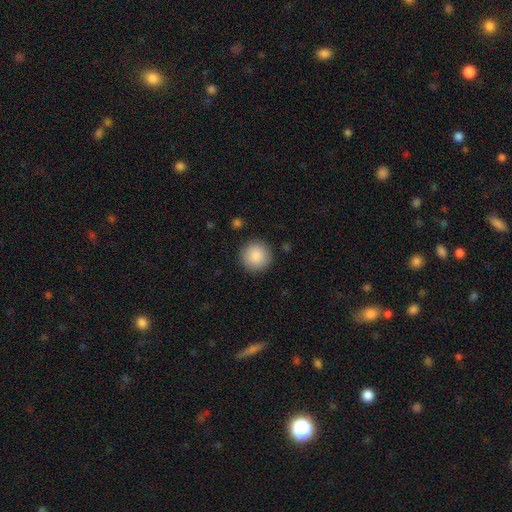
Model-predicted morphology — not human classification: A smooth galaxy with no disk features (88%) that is round (96%).

Vote fractions:
- Smooth or featured? smooth: 88% / star or artifact: 7% / featured or disk: 4%
- How rounded? round: 96% / in between: 3% / cigar-shaped: 1%
- Merging? none: 91% / minor disturbance: 6% / major disturbance: 2% / merger: 1%